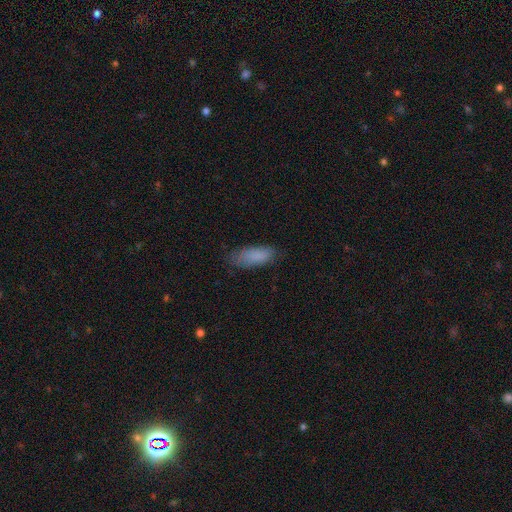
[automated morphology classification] smooth 85%, featured or disk 8%, star or artifact 7%. Down the decision tree: how rounded — in between (76%); merging — none (72%).